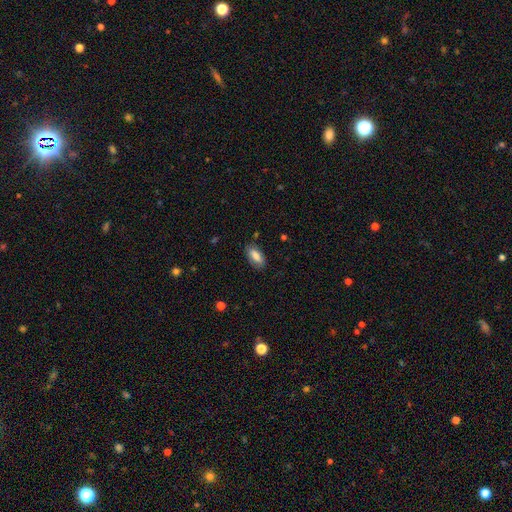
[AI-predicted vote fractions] Morphology: type=smooth (77%); roundness=in between (88%); merging=none (82%).